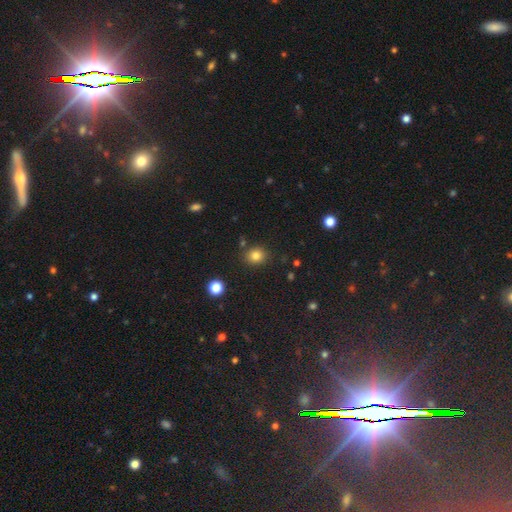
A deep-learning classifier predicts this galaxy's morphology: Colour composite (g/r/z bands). It shows a smooth galaxy with no disk features (81%) that is round (70%). Merging: none (84%).